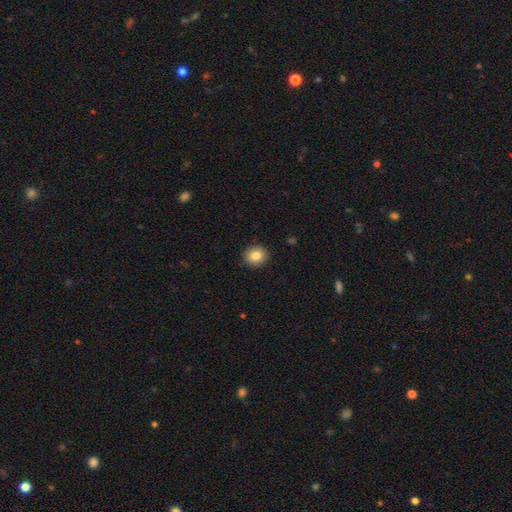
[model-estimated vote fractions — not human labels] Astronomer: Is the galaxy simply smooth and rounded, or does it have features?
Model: smooth — 84%.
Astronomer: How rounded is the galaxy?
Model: round — 79%.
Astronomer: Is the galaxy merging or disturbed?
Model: none — 91%.